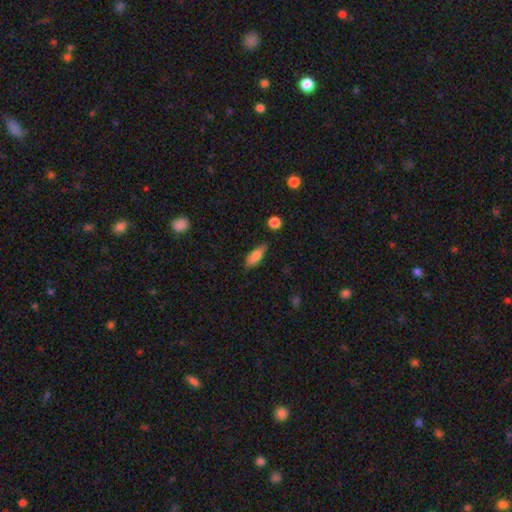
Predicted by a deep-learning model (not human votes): smooth_or_featured: smooth (p=0.78) [alt: featured or disk p=0.15]
how_rounded: in between (p=0.69) [alt: cigar-shaped p=0.28]
merging: none (p=0.72) [alt: minor disturbance p=0.21]